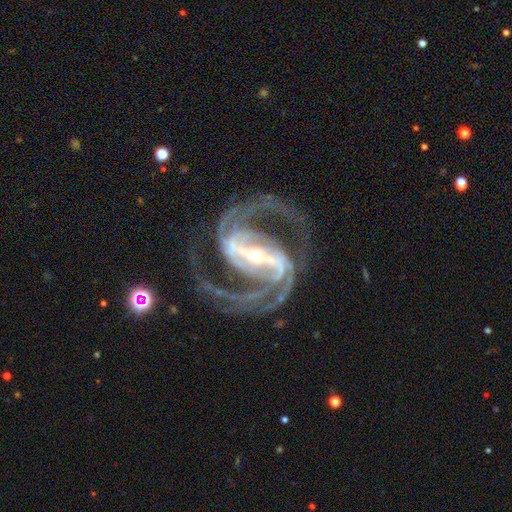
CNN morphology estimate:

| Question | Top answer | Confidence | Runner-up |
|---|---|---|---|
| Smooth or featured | featured or disk | 93% | star or artifact (5%) |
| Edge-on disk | no | 97% | yes (3%) |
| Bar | strong | 78% | weak (17%) |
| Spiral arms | yes | 99% | no (1%) |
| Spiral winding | medium | 61% | tight (24%) |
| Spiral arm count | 2 | 72% | 3 (13%) |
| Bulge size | small | 71% | moderate (24%) |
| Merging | none | 73% | minor disturbance (13%) |